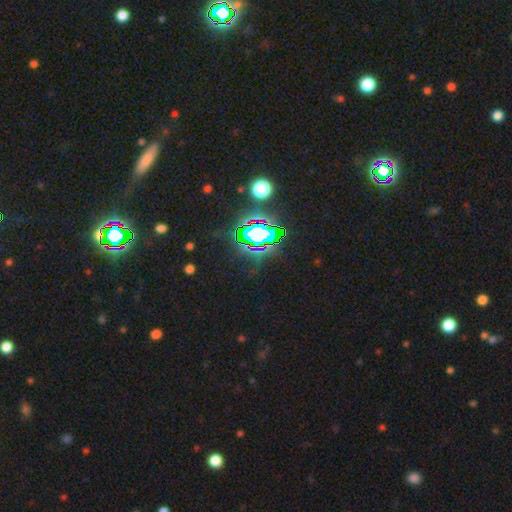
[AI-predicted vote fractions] Morphology: type=star or artifact (79%).